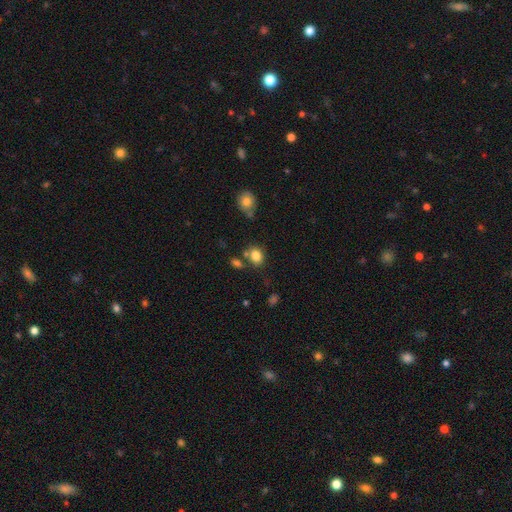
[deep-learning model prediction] Morphology: type=smooth (82%); roundness=in between (55%); merging=none (67%).